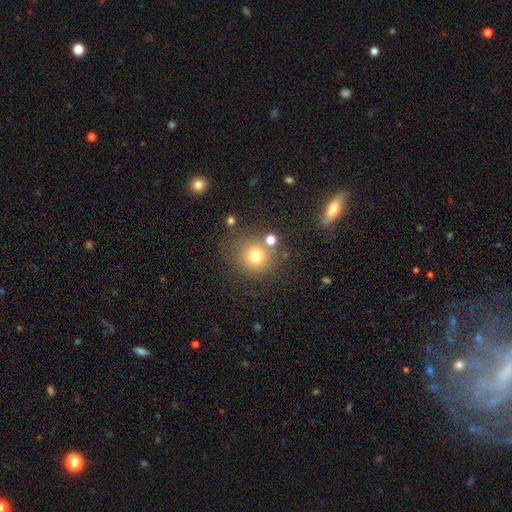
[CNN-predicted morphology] smooth_or_featured: smooth (p=0.74) [alt: star or artifact p=0.15]
how_rounded: round (p=0.90) [alt: in between p=0.09]
merging: none (p=0.74) [alt: minor disturbance p=0.11]